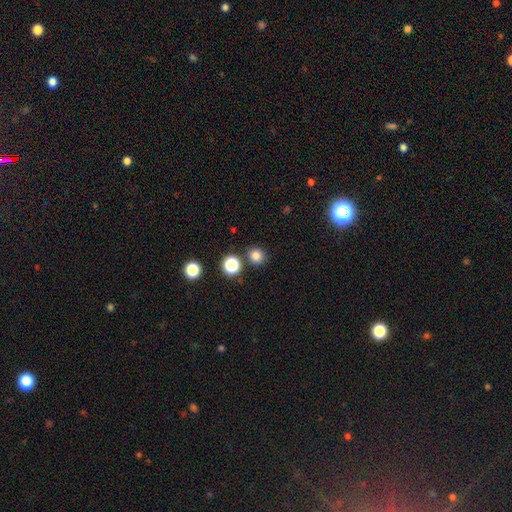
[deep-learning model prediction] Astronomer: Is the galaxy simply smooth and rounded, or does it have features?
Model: smooth — 80%.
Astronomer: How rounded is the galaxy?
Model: round — 90%.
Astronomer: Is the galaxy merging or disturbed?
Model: none — 85%.